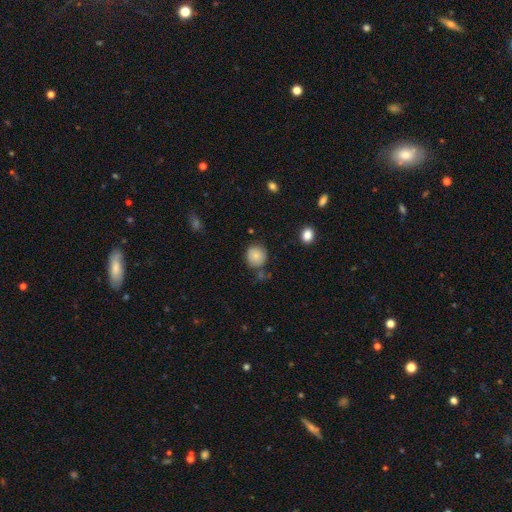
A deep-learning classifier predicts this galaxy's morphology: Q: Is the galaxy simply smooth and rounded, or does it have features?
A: smooth — 85%.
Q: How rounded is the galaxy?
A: round — 88%.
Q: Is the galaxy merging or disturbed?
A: none — 75%.